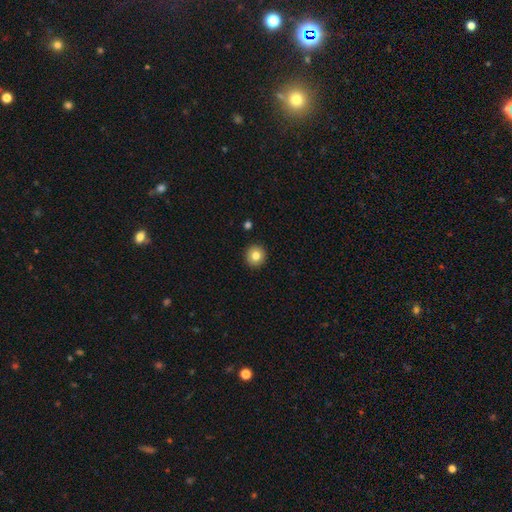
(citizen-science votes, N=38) Smooth or featured? smooth (79%)
How rounded? round (90%)
Merging? none (78%)